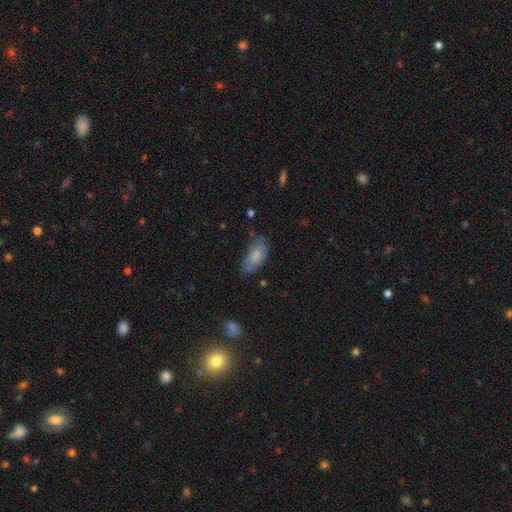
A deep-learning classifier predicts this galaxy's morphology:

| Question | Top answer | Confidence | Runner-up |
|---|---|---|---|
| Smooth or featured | smooth | 79% | featured or disk (14%) |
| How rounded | in between | 87% | cigar-shaped (11%) |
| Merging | none | 62% | minor disturbance (28%) |